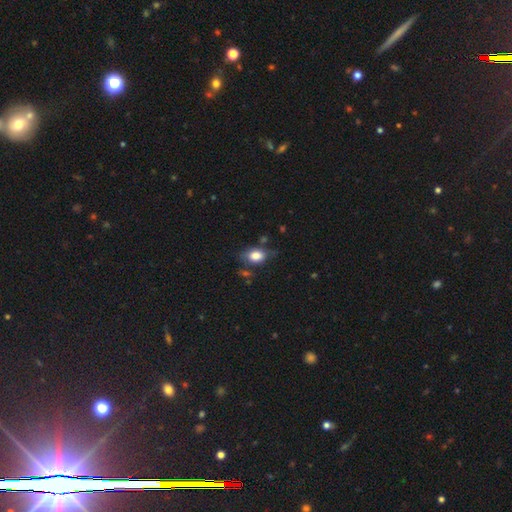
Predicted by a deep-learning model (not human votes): This is clearly a smooth galaxy (81%). How rounded: likely in between (78%). Merging: likely none (65%).